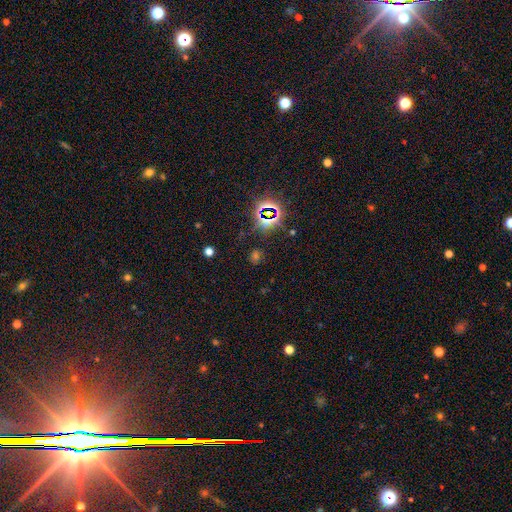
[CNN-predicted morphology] Smooth or featured: star or artifact — 63% (smooth — 30%)